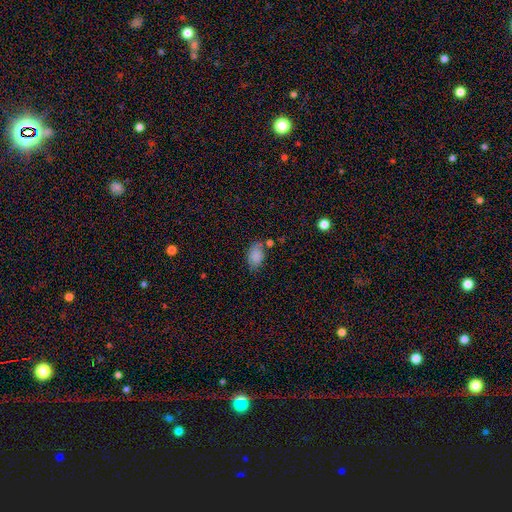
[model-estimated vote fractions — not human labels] This appears to be a smooth galaxy with no disk features (84%) that is in between round and cigar-shaped (88%). Merging: none (65%).